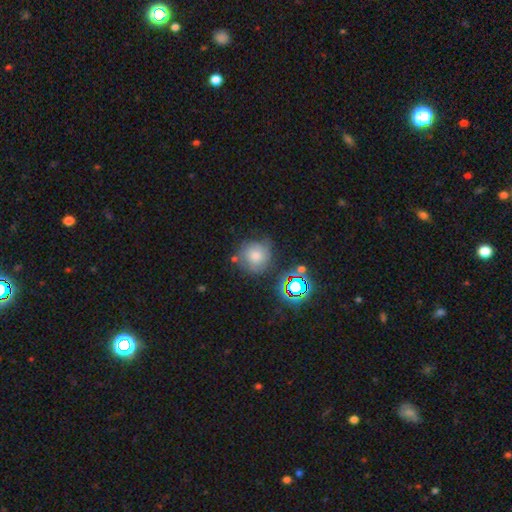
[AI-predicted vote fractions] Overall: smooth (65%). How rounded: round (91%). Merging: none (62%; minor disturbance 23%).